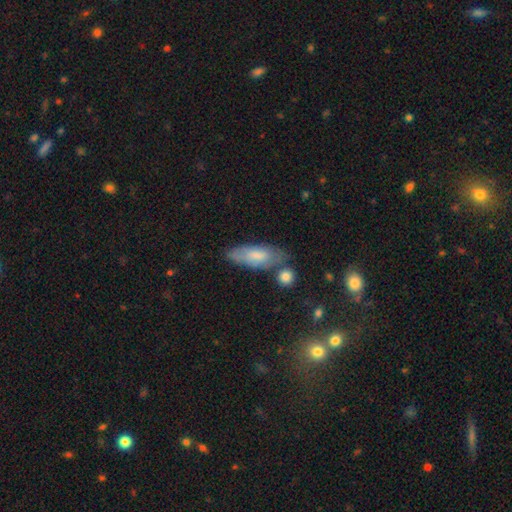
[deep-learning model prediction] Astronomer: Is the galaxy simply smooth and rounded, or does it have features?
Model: smooth — 70%.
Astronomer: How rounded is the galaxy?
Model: in between — 68%.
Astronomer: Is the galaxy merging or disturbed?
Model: none — 63%.